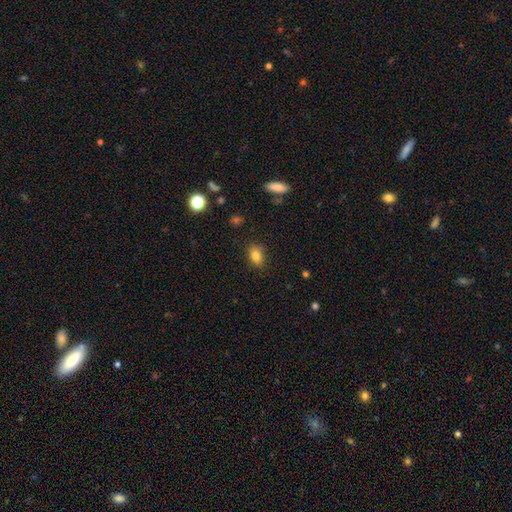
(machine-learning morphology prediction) This is clearly a smooth galaxy (82%). How rounded: likely in between (75%). Merging: clearly none (84%).